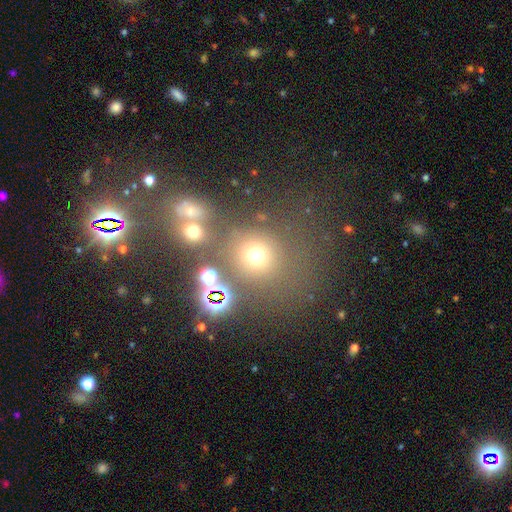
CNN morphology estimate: Smooth or featured: smooth — 65% (star or artifact — 25%)
How rounded: round — 82% (in between — 17%)
Merging: none — 64% (merger — 16%)